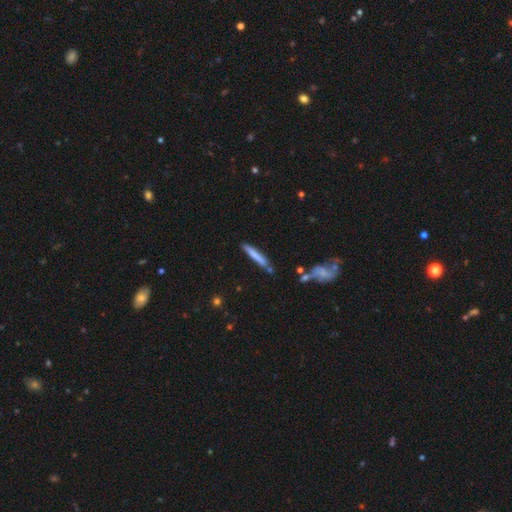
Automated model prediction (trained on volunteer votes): Smooth or featured?
  - smooth: 69% *
  - featured or disk: 25%
  - star or artifact: 6%
How rounded?
  - cigar-shaped: 94% *
  - in between: 4%
  - round: 1%
Merging?
  - none: 77% *
  - minor disturbance: 14%
  - merger: 6%
  - major disturbance: 3%